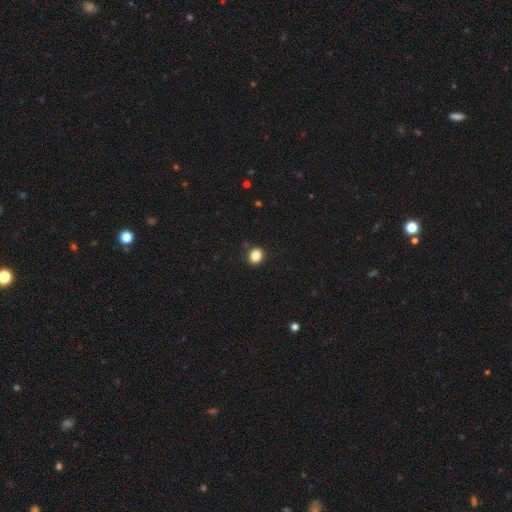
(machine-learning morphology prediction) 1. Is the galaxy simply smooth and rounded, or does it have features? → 85% smooth, 10% star or artifact, 4% featured or disk.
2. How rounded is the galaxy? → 59% round, 40% in between, 1% cigar-shaped.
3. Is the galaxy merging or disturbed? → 88% none, 8% minor disturbance, 2% major disturbance, 2% merger.